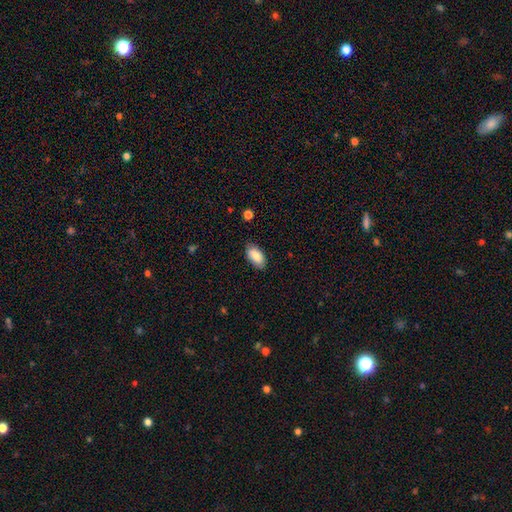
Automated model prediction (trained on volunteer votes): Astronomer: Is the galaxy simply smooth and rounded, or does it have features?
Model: smooth — 85%.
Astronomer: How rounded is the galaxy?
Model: in between — 94%.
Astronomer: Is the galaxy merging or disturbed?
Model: none — 81%.